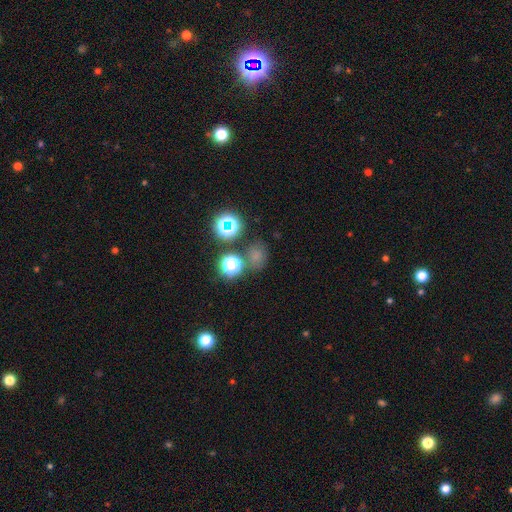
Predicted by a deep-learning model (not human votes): A smooth galaxy with no disk features (60%) that is round (68%). Merging: none (66%).